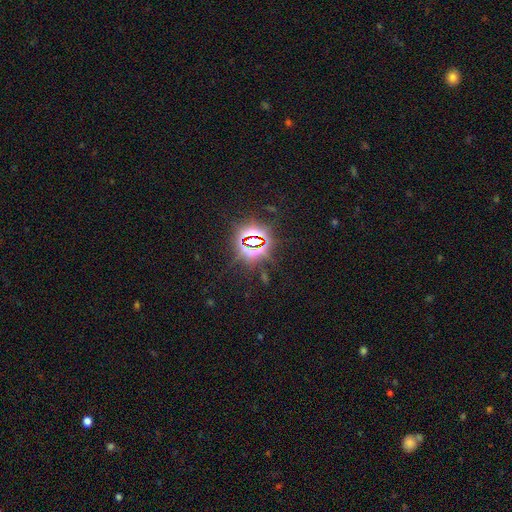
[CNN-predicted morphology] Smooth or featured?
  - star or artifact: 82% *
  - smooth: 10%
  - featured or disk: 8%